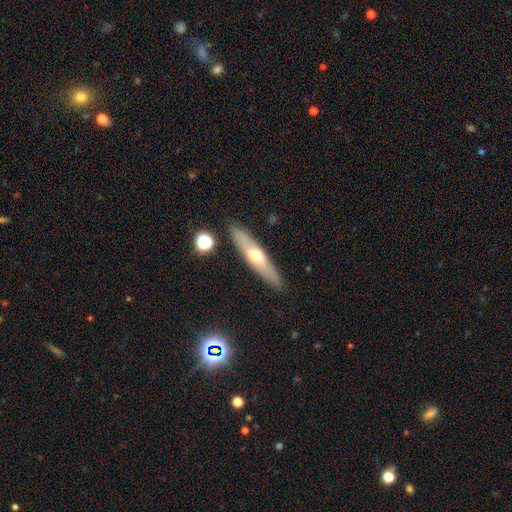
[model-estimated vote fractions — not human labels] Smooth or featured?
  - featured or disk: 50% *
  - smooth: 43%
  - star or artifact: 7%
Merging?
  - none: 88% *
  - minor disturbance: 8%
  - merger: 2%
  - major disturbance: 2%